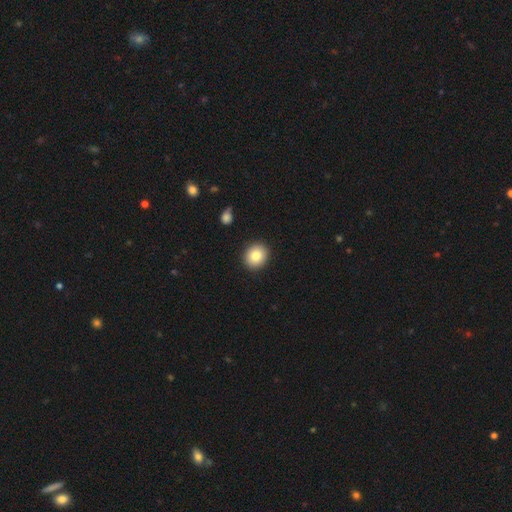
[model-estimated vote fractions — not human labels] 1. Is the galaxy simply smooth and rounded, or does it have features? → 83% smooth, 9% star or artifact, 8% featured or disk.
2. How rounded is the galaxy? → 75% round, 24% in between, 1% cigar-shaped.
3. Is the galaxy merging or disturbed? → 91% none, 6% minor disturbance, 2% major disturbance, 1% merger.